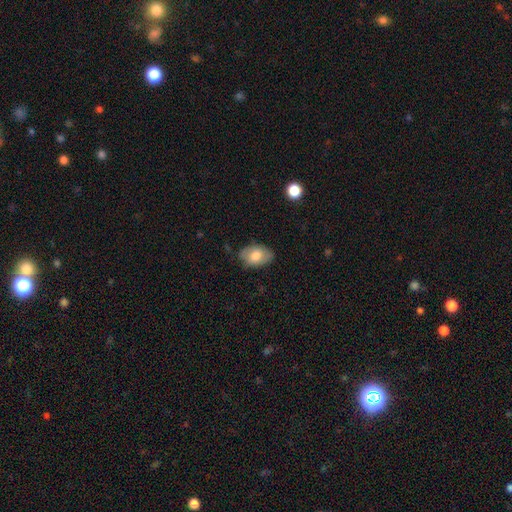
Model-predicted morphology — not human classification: type=smooth (75%); roundness=in between (89%); merging=none (76%).